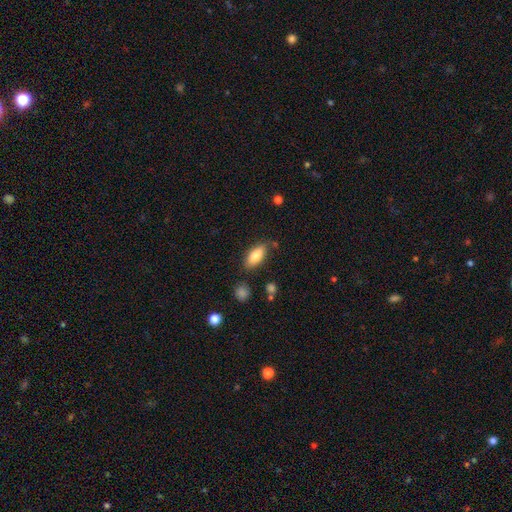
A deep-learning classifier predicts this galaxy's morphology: This is likely a smooth galaxy (80%). How rounded: clearly in between (87%). Merging: likely none (78%).